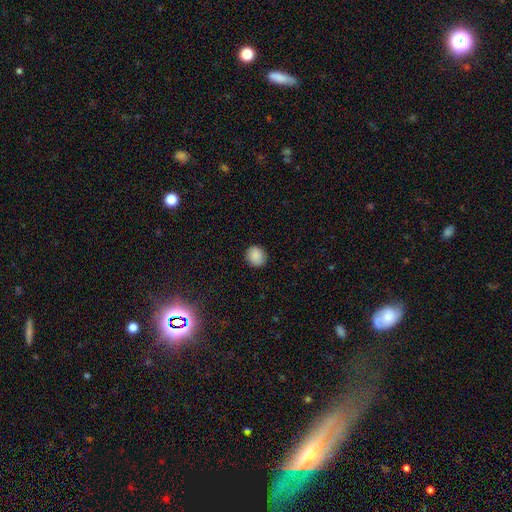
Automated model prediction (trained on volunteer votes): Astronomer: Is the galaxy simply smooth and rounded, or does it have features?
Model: smooth — 88%.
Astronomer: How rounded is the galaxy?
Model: round — 81%.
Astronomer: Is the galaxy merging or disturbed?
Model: none — 89%.